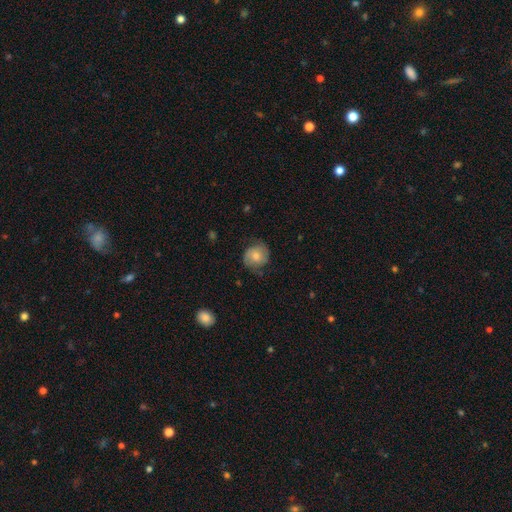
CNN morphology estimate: Smooth or featured?
  - featured or disk: 47% *
  - smooth: 46%
  - star or artifact: 8%
Merging?
  - none: 67% *
  - minor disturbance: 22%
  - major disturbance: 9%
  - merger: 1%